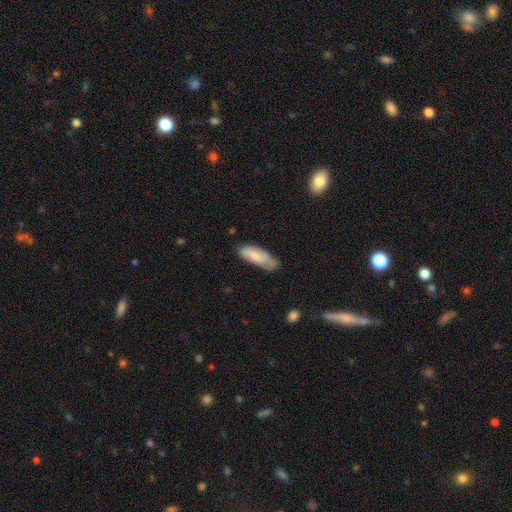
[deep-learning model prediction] Smooth or featured? Predicted: smooth (p=0.69). How rounded? Predicted: in between (p=0.69). Merging? Predicted: none (p=0.60).